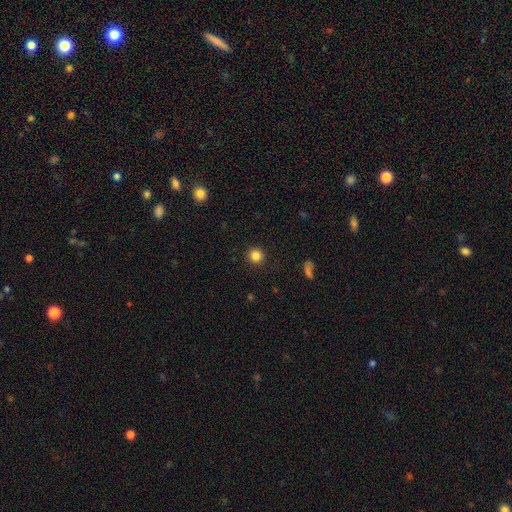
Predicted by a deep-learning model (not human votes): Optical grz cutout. It shows a smooth galaxy with no disk features (84%) that is round (94%). Merging: none (92%).